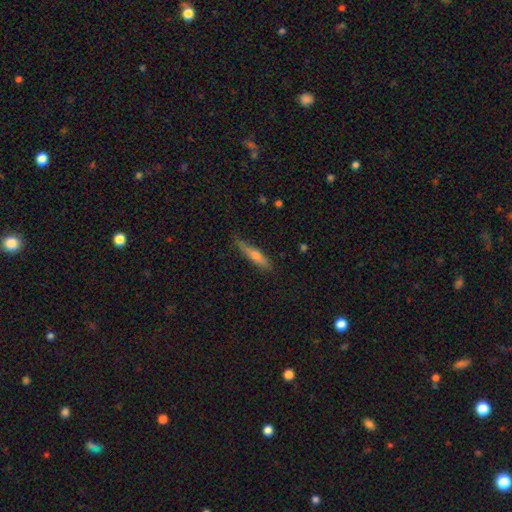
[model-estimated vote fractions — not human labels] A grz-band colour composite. It shows a smooth galaxy with no disk features (60%) that is cigar-shaped (88%). Merging: none (73%).